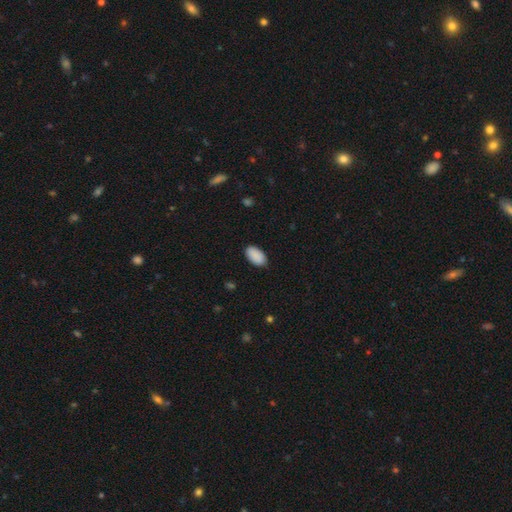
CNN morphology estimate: Overall: smooth (91%). How rounded: in between (95%). Merging: none (86%).